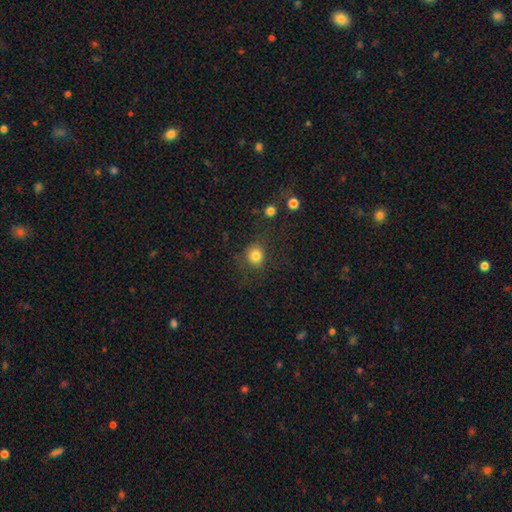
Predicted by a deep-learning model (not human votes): smooth 82%, star or artifact 12%, featured or disk 6%. Down the decision tree: how rounded — round (85%); merging — none (77%).